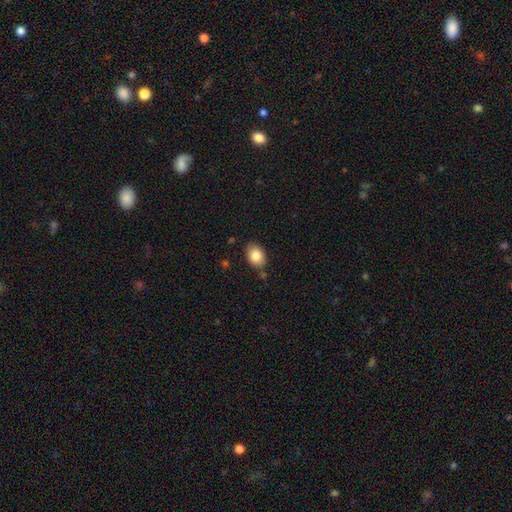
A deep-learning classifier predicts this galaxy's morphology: Smooth or featured? smooth (84%)
How rounded? in between (74%)
Merging? none (81%)